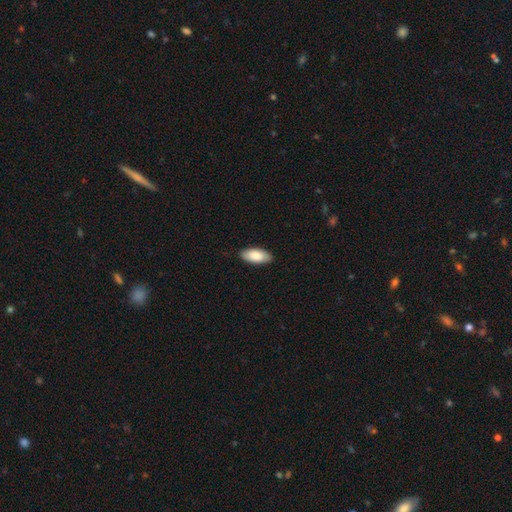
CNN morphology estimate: Q: Smooth or featured?
A: smooth (86%); runner-up: featured or disk (9%)
Q: How rounded?
A: in between (90%); runner-up: cigar-shaped (8%)
Q: Merging?
A: none (88%); runner-up: minor disturbance (9%)